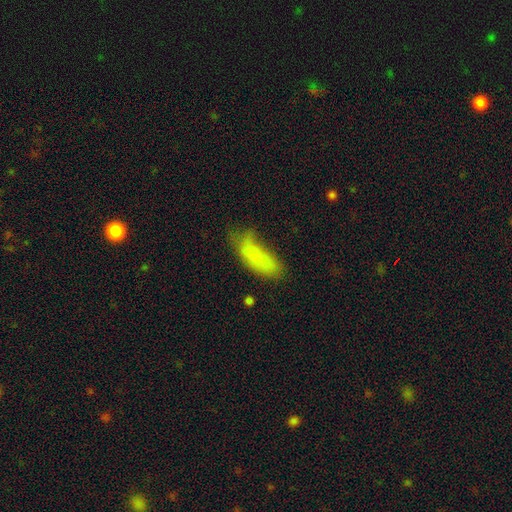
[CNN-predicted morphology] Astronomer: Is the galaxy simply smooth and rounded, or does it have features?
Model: smooth — 72%.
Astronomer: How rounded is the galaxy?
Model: in between — 63%.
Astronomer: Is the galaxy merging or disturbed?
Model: none — 33% (runner-up: minor disturbance, 31%).